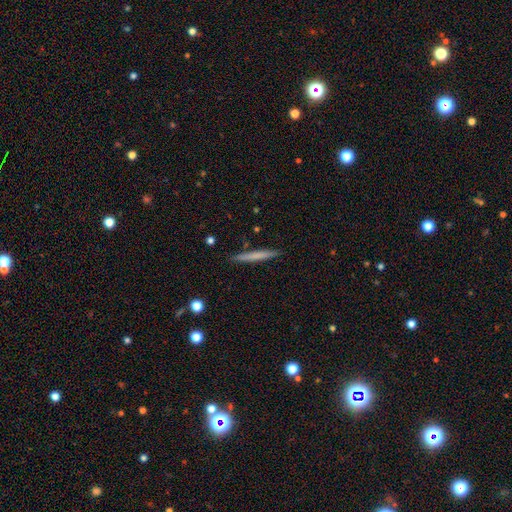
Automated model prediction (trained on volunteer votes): Q: Smooth or featured?
A: smooth (63%); runner-up: featured or disk (31%)
Q: How rounded?
A: cigar-shaped (96%); runner-up: in between (2%)
Q: Merging?
A: none (90%); runner-up: minor disturbance (7%)